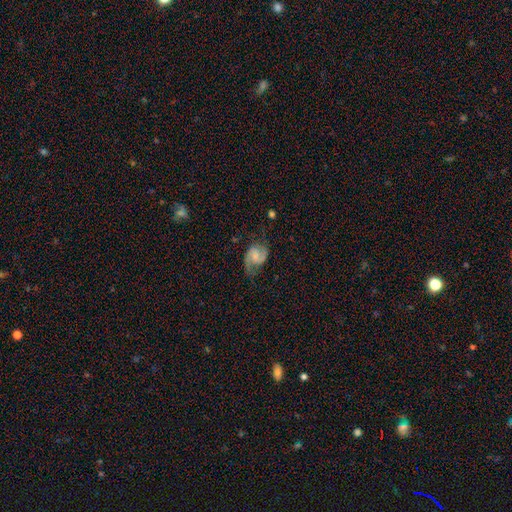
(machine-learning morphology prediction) Smooth or featured: featured or disk — 72% (smooth — 20%)
Edge-on disk: no — 98% (yes — 2%)
Bar: no — 53% (weak — 39%)
Spiral arms: yes — 94% (no — 6%)
Spiral winding: medium — 48% (loose — 33%)
Spiral arm count: 2 — 87% (1 — 6%)
Bulge size: small — 35% (none — 29%)
Merging: none — 61% (minor disturbance — 24%)